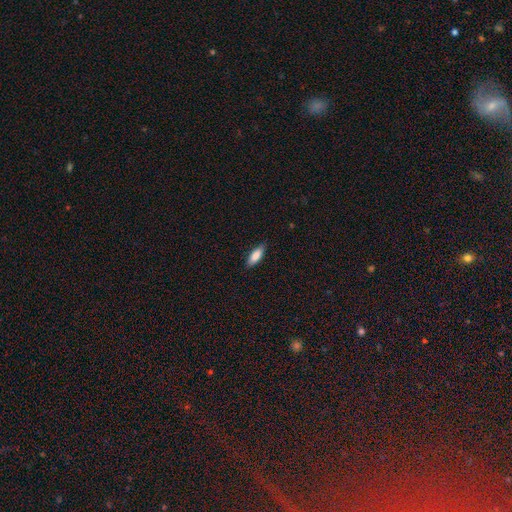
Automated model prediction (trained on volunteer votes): smooth_or_featured: smooth (p=0.83) [alt: featured or disk p=0.10]
how_rounded: in between (p=0.67) [alt: cigar-shaped p=0.31]
merging: none (p=0.85) [alt: minor disturbance p=0.12]